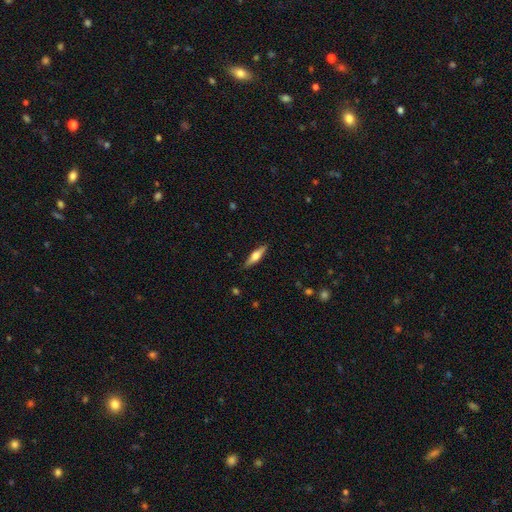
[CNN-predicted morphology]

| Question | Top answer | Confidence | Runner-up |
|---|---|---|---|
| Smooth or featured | featured or disk | 55% | smooth (39%) |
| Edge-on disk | yes | 95% | no (5%) |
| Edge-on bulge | rounded | 89% | boxy (8%) |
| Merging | none | 88% | minor disturbance (9%) |